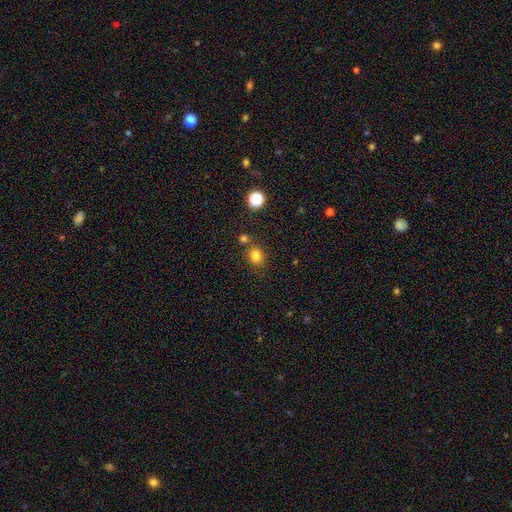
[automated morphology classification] The model was most divided on "how rounded": round: 72%, in between: 27%, cigar-shaped: 1%. More confident: smooth or featured — smooth (80%); merging — none (75%).